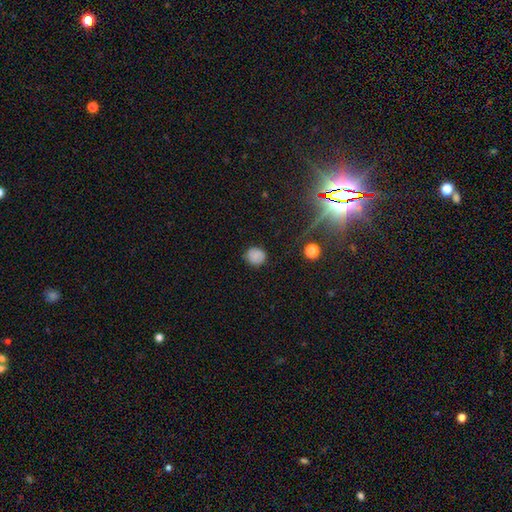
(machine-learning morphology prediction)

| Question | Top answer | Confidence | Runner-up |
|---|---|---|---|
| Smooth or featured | smooth | 81% | star or artifact (12%) |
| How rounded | round | 84% | in between (15%) |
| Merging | none | 84% | minor disturbance (12%) |